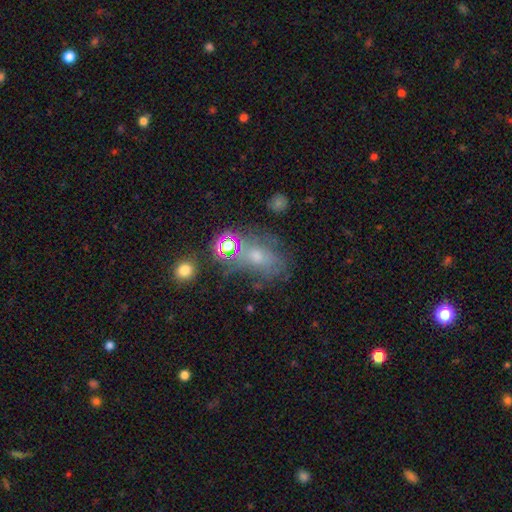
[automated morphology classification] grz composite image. It shows a smooth galaxy with no disk features (39%). Merging: none (48%).